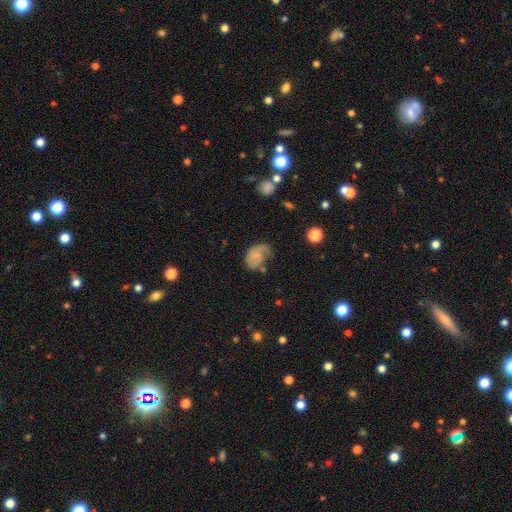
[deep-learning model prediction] Overall: smooth (52%; featured or disk 39%). How rounded: in between (73%). Merging: none (36%; minor disturbance 33%).